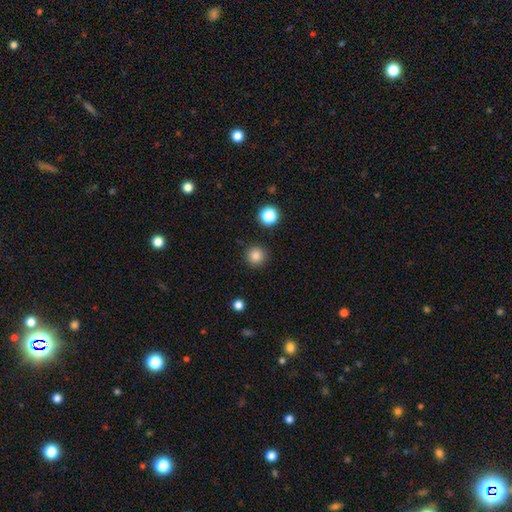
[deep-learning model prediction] Smooth or featured? Predicted: smooth (p=0.84). How rounded? Predicted: round (p=0.96). Merging? Predicted: none (p=0.91).